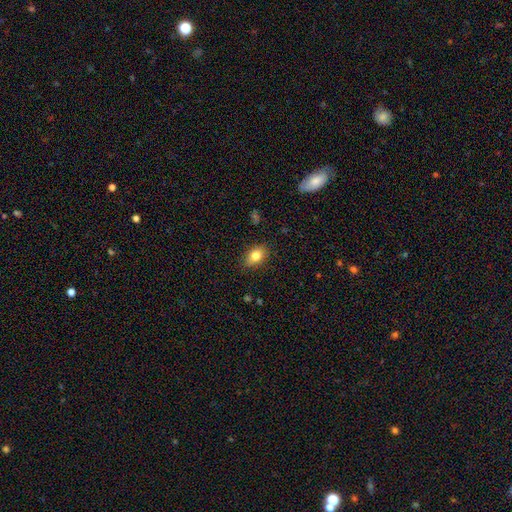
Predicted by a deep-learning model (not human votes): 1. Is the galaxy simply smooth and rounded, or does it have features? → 82% smooth, 9% featured or disk, 9% star or artifact.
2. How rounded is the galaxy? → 81% in between, 17% round, 2% cigar-shaped.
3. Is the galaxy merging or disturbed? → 86% none, 10% minor disturbance, 2% major disturbance, 1% merger.